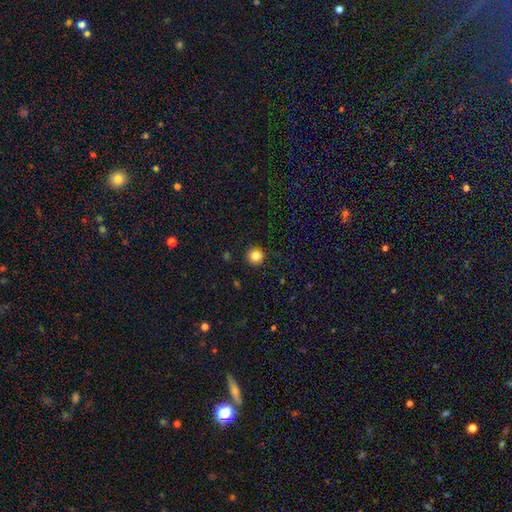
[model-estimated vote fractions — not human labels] Overall: smooth (83%). How rounded: round (95%). Merging: none (92%).